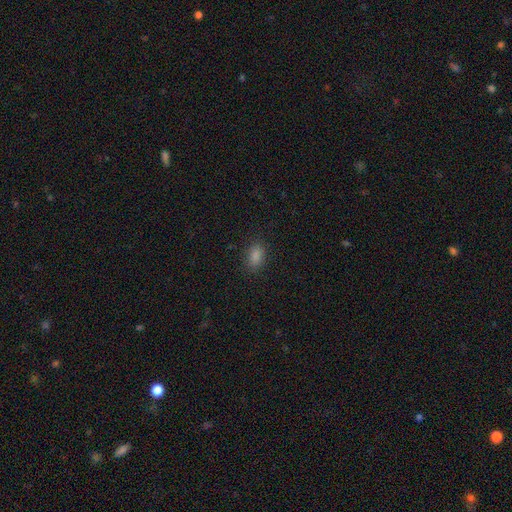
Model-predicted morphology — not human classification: smooth 85%, star or artifact 11%, featured or disk 4%. Down the decision tree: how rounded — in between (88%); merging — none (85%).